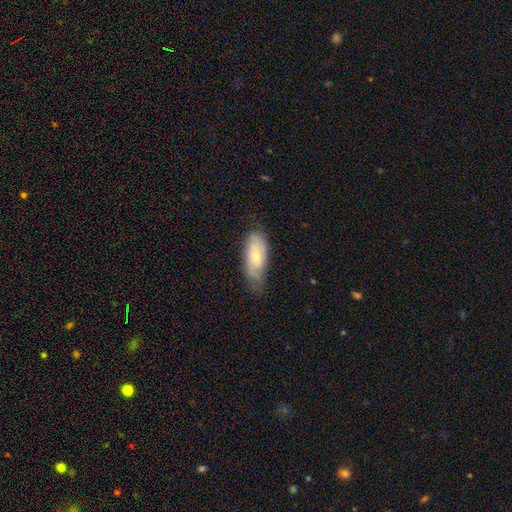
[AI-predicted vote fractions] Overall: smooth (63%; featured or disk 30%). How rounded: in between (83%). Merging: none (61%; minor disturbance 30%).